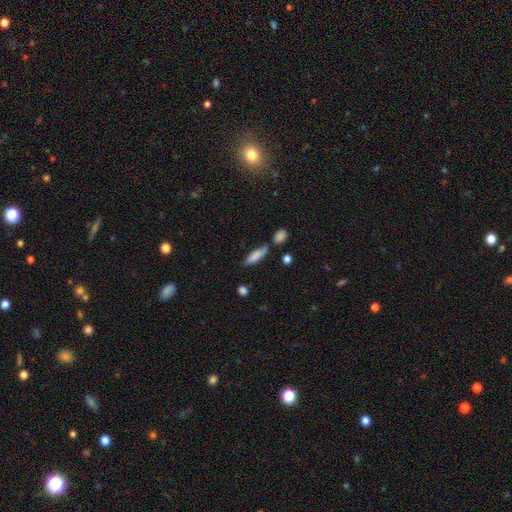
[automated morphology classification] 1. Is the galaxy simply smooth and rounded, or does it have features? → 79% smooth, 14% featured or disk, 7% star or artifact.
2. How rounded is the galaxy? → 56% cigar-shaped, 42% in between, 2% round.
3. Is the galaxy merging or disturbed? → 58% none, 21% minor disturbance, 15% merger, 6% major disturbance.